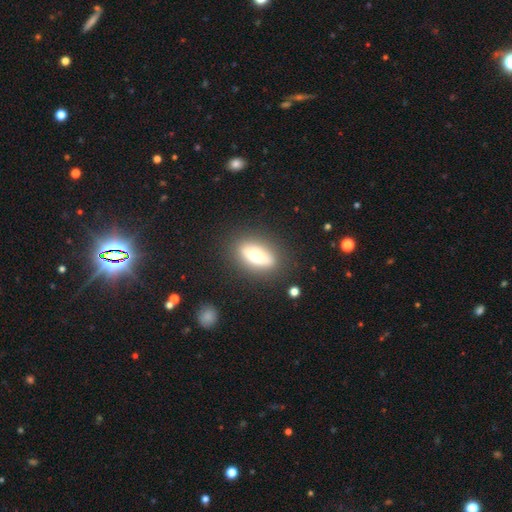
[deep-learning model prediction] smooth_or_featured: smooth (p=0.62) [alt: featured or disk p=0.30]
how_rounded: in between (p=0.72) [alt: cigar-shaped p=0.22]
merging: none (p=0.83) [alt: minor disturbance p=0.11]